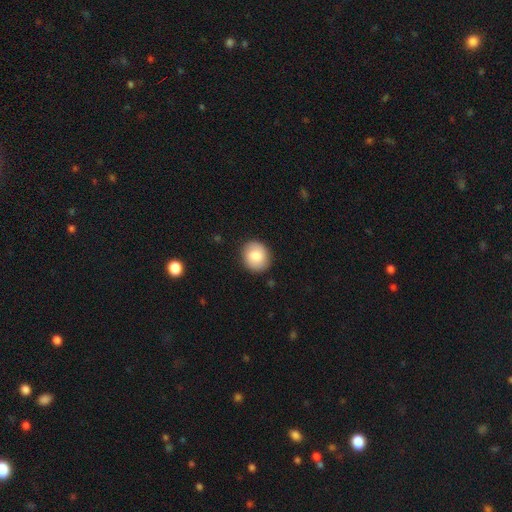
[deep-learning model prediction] A smooth galaxy with no disk features (78%) that is round (81%).

Vote fractions:
- Smooth or featured? smooth: 78% / featured or disk: 15% / star or artifact: 7%
- How rounded? round: 81% / in between: 18% / cigar-shaped: 1%
- Merging? none: 89% / minor disturbance: 8% / major disturbance: 2% / merger: 1%